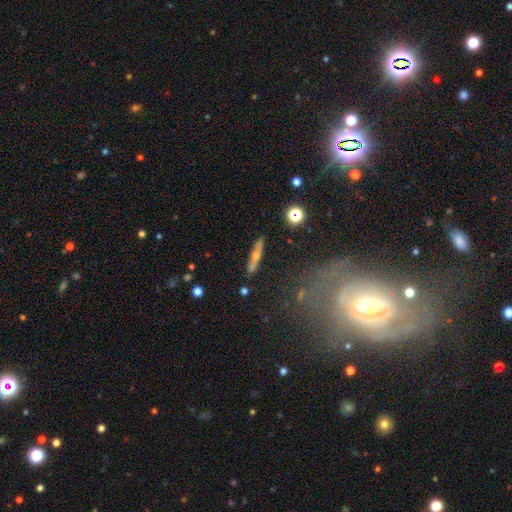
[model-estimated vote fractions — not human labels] Overall: featured or disk (51%; smooth 39%). Edge-on disk: yes (84%). Merging: none (84%).